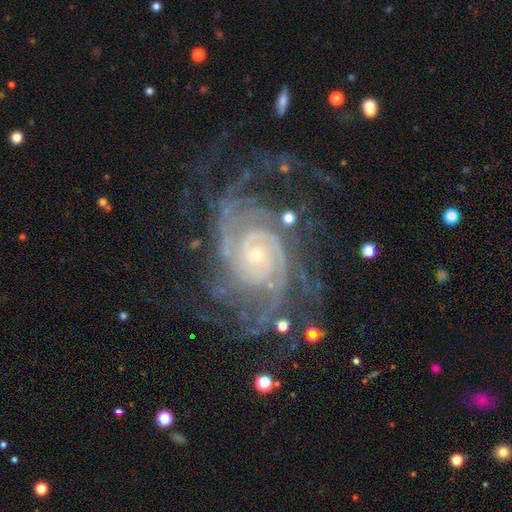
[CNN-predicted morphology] A featured or disk galaxy (91%) with no bar (72%), 2 (20%, tied with 4) tight (70%) spiral arms (98%) and a small central bulge (69%). Merging: none (64%).